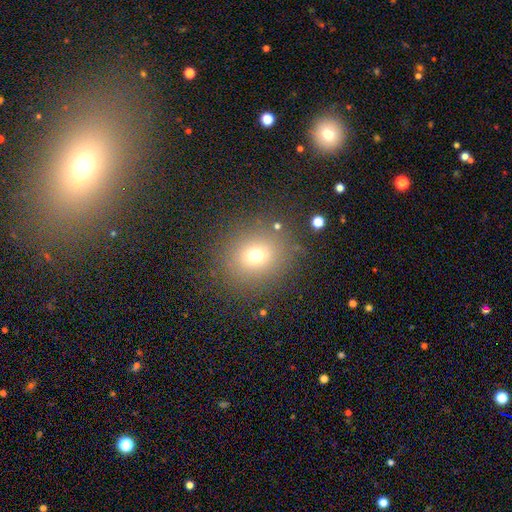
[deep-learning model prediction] The model was most divided on "smooth or featured": smooth: 69%, star or artifact: 20%, featured or disk: 12%. More confident: how rounded — round (84%); merging — none (84%).